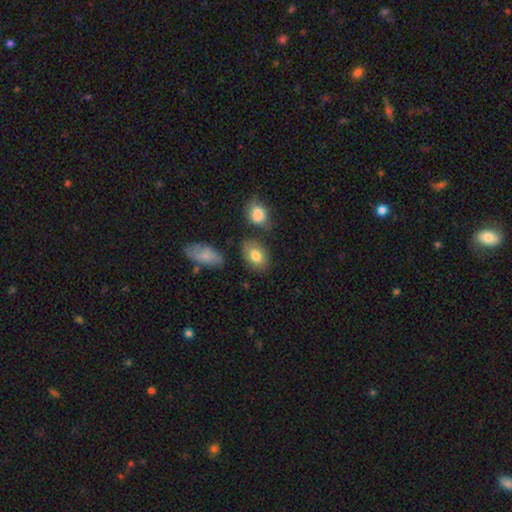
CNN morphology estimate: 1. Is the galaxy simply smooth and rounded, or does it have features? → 80% smooth, 12% featured or disk, 8% star or artifact.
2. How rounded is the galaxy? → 79% in between, 20% round, 1% cigar-shaped.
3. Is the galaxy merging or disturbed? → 73% none, 16% minor disturbance, 7% merger, 4% major disturbance.